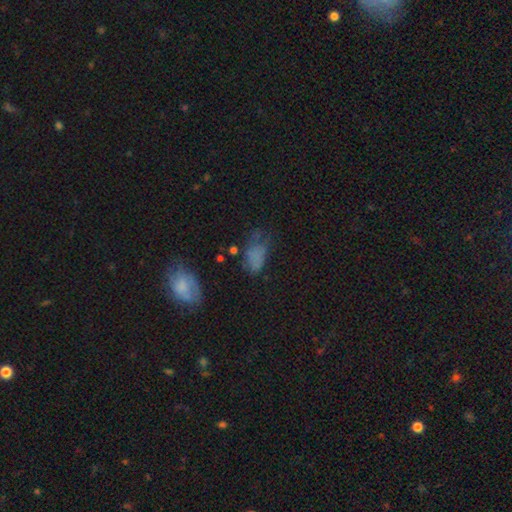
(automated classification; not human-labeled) A smooth galaxy with no disk features (67%) that is in between round and cigar-shaped (86%). Merging: none (34%).